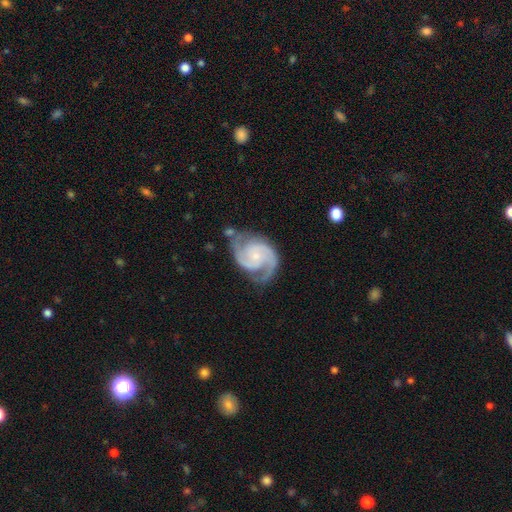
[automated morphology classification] smooth-or-featured: featured or disk: 92% | star or artifact: 4% | smooth: 4%
  disk-edge-on: no: 98% | yes: 2%
    bar: no: 61% | weak: 32% | strong: 7%
    has-spiral-arms: yes: 98% | no: 2%
      spiral-winding: medium: 55% | tight: 35% | loose: 10%
      spiral-arm-count: 2: 89% | 3: 5% | can't tell: 2% | 1: 1% | 4: 1% | more than 4: 1%
    bulge-size: small: 63% | moderate: 22% | none: 11% | large: 2% | dominant: 1%
  merging: none: 72% | minor disturbance: 18% | major disturbance: 7% | merger: 3%